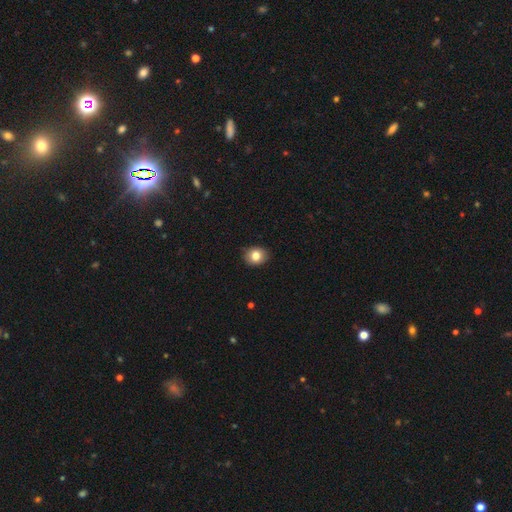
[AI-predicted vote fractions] Overall: smooth (82%). How rounded: round (59%; in between 40%). Merging: none (87%).